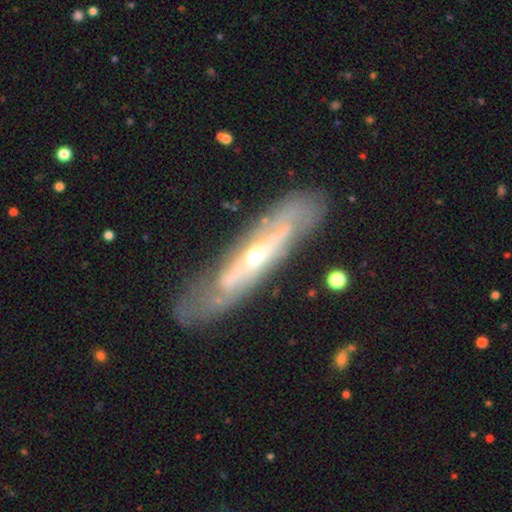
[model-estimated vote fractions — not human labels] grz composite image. It shows a featured or disk galaxy (76%). Merging: none (74%).